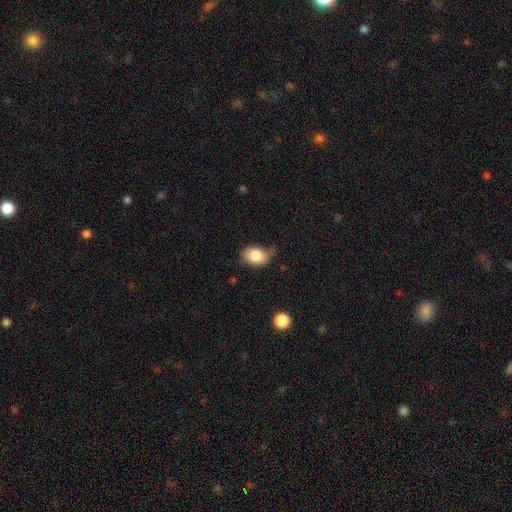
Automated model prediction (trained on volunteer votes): This is clearly a smooth galaxy (84%). How rounded: likely in between (76%). Merging: likely none (60%).